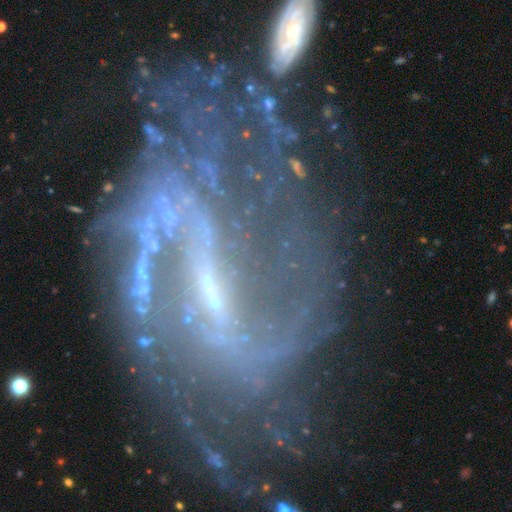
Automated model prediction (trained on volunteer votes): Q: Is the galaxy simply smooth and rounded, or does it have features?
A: featured or disk — 85%.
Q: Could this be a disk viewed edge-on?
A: no — 96%.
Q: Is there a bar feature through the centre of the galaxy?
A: strong — 50%.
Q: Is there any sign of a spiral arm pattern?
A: yes — 88%.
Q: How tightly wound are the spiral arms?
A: loose — 42%.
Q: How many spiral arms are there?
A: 2 — 57%.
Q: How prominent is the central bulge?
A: small — 62%.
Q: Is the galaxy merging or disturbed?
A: none — 41%.